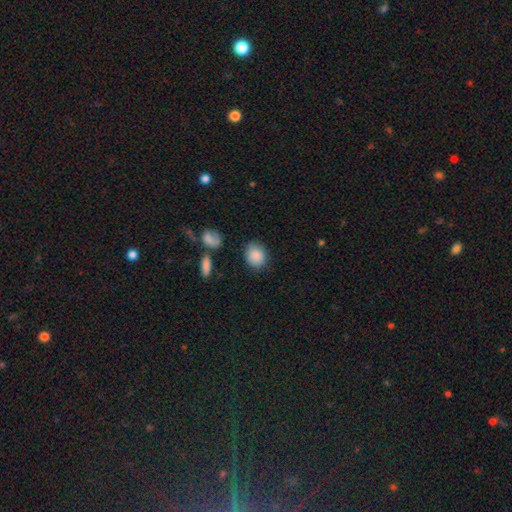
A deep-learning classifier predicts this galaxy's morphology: type=smooth (87%); roundness=round (59%); merging=none (80%).